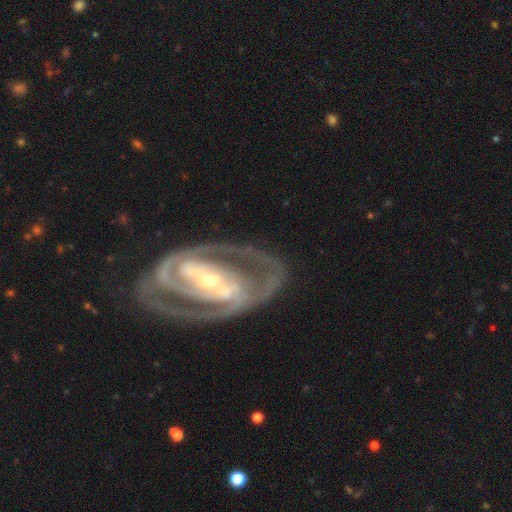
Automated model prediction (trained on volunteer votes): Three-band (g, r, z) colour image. It shows a featured or disk galaxy (89%) with a strong bar (56%), 2 (76%) tight (49%) spiral arms (90%) and a small central bulge (58%). Merging: none (70%).